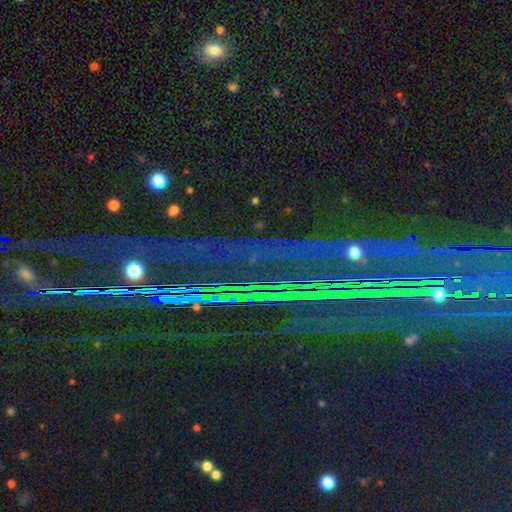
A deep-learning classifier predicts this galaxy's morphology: Smooth or featured? Predicted: star or artifact (p=0.87).